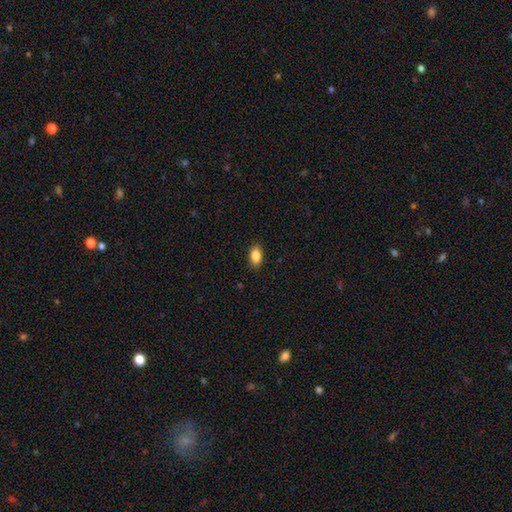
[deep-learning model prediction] This appears to be a smooth galaxy with no disk features (87%) that is in between round and cigar-shaped (90%). Merging: none (88%).